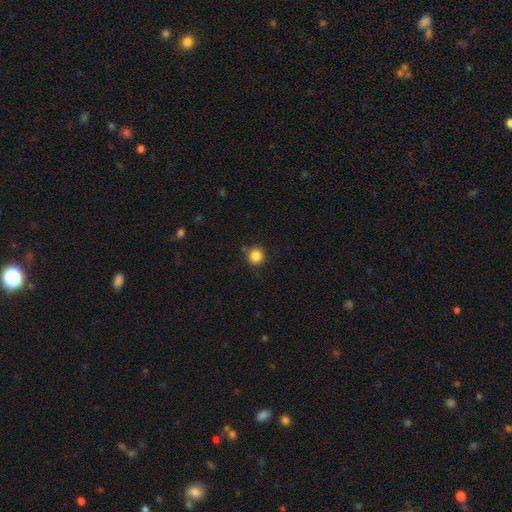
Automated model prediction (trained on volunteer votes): A smooth galaxy with no disk features (85%) that is round (93%). Merging: none (86%).